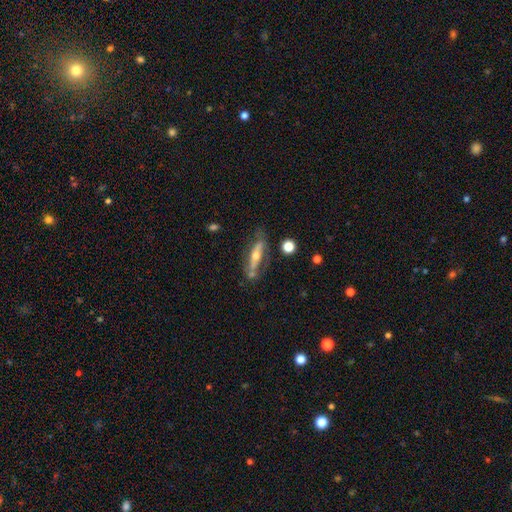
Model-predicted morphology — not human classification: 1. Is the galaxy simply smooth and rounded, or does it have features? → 69% featured or disk, 24% smooth, 8% star or artifact.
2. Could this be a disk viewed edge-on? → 58% yes, 42% no.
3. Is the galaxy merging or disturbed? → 64% none, 20% minor disturbance, 8% major disturbance, 7% merger.